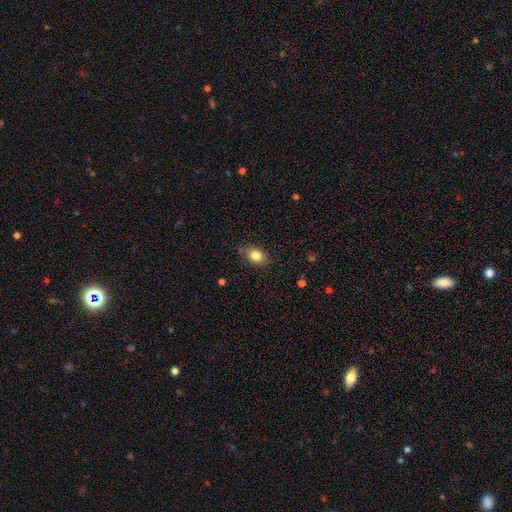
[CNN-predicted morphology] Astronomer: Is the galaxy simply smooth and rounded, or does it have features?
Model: smooth — 84%.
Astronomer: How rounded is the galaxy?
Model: in between — 71%.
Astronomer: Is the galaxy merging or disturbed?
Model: none — 81%.